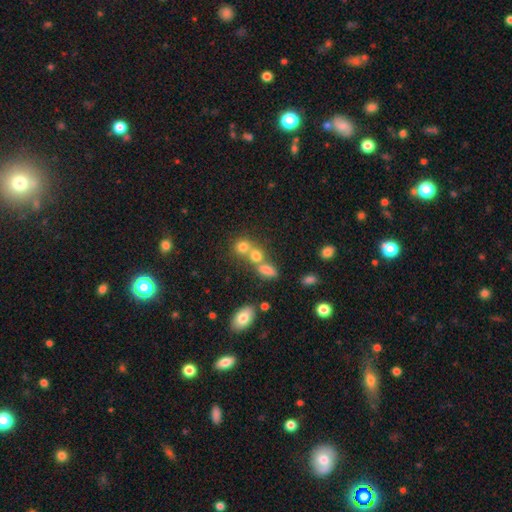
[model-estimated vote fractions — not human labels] The model was most divided on "merging": none: 45%, merger: 43%, minor disturbance: 8%, major disturbance: 4%. More confident: how rounded — round (66%); smooth or featured — smooth (54%).